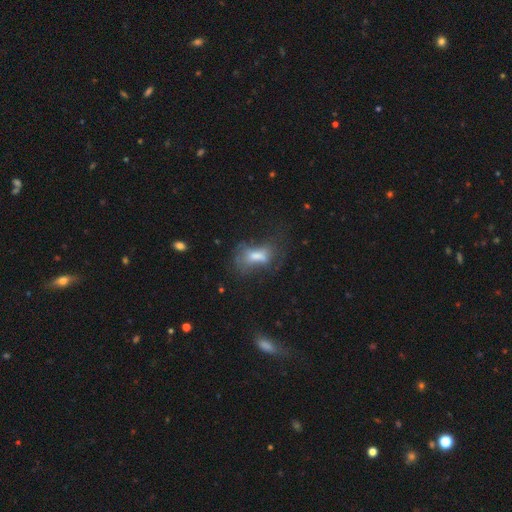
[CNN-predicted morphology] type=smooth (47%); merging=none (36%).